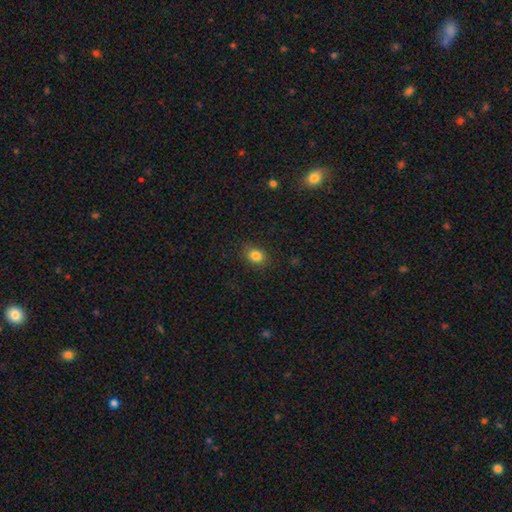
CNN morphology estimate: Smooth or featured?
  - smooth: 83% *
  - star or artifact: 11%
  - featured or disk: 6%
How rounded?
  - in between: 57% *
  - round: 42%
  - cigar-shaped: 1%
Merging?
  - none: 86% *
  - minor disturbance: 10%
  - major disturbance: 3%
  - merger: 1%